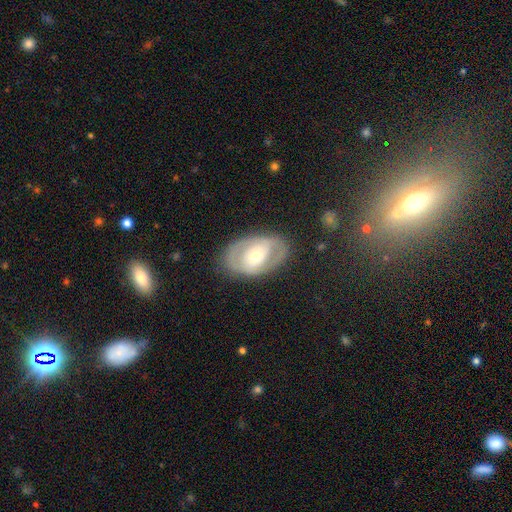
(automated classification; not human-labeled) Smooth or featured: featured or disk — 62% (smooth — 32%)
Edge-on disk: no — 93% (yes — 7%)
Bar: no — 59% (weak — 26%)
Spiral arms: no — 57% (yes — 43%)
Bulge size: moderate — 50% (small — 42%)
Merging: none — 78% (minor disturbance — 14%)